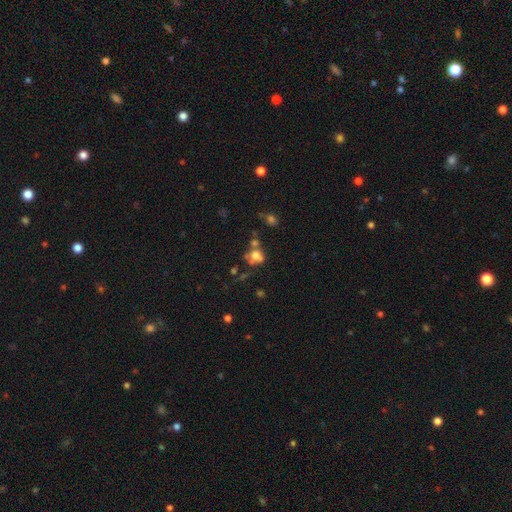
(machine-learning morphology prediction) type=smooth (59%); roundness=round (57%); merging=merger (40%).